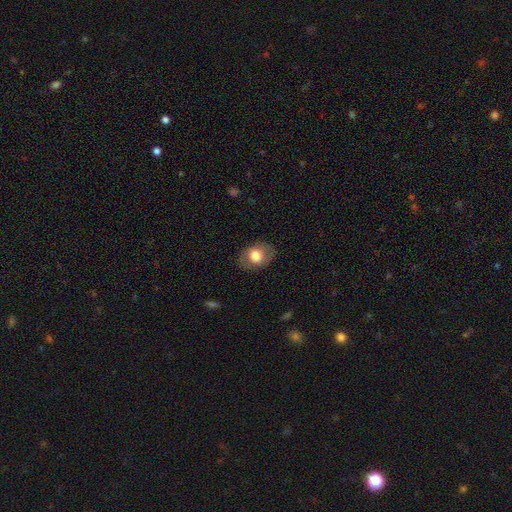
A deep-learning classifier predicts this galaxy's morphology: A smooth galaxy with no disk features (71%) that is in between round and cigar-shaped (66%). Merging: none (81%).